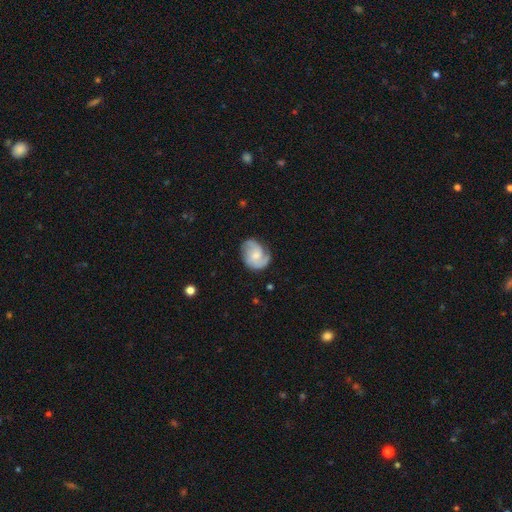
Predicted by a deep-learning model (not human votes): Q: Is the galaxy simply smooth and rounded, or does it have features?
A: featured or disk — 67%.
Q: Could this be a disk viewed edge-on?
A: no — 97%.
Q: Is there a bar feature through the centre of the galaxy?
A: no — 54%.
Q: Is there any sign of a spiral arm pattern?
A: yes — 93%.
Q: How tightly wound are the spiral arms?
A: medium — 45%.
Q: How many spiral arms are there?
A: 2 — 60%.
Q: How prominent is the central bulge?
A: small — 41%.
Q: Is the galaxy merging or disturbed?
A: none — 66%.